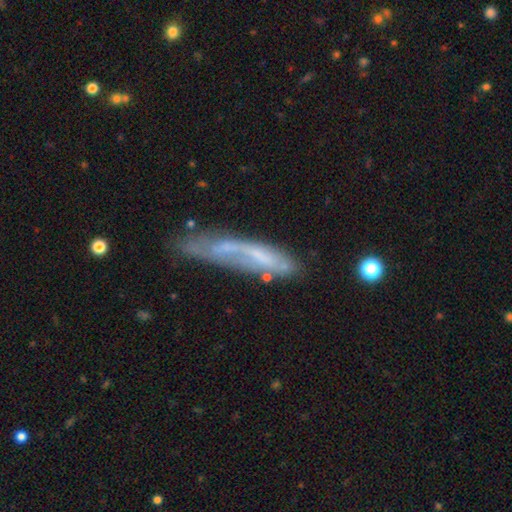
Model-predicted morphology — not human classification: This appears to be a featured or disk galaxy (57%). Merging: none (48%).